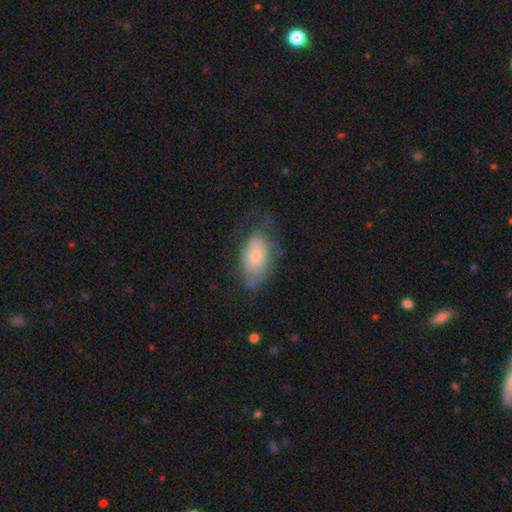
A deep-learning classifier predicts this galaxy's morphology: Smooth or featured? Predicted: smooth (p=0.65). How rounded? Predicted: in between (p=0.93). Merging? Predicted: none (p=0.49).